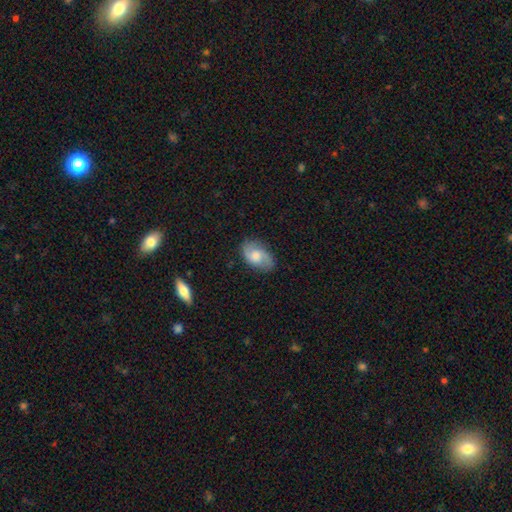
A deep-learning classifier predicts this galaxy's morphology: A featured or disk galaxy (51%).

Vote fractions:
- Smooth or featured? featured or disk: 51% / smooth: 42% / star or artifact: 7%
- Edge-on disk? no: 95% / yes: 5%
- Merging? none: 78% / minor disturbance: 17% / major disturbance: 5% / merger: 1%